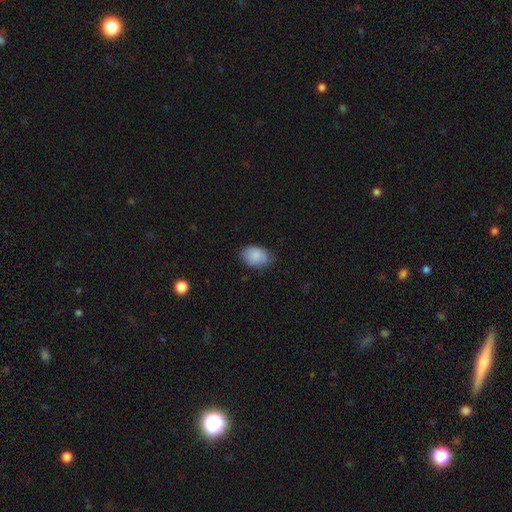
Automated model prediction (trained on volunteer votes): Smooth or featured?
  - smooth: 86% *
  - featured or disk: 7%
  - star or artifact: 7%
How rounded?
  - in between: 81% *
  - round: 18%
  - cigar-shaped: 1%
Merging?
  - none: 69% *
  - minor disturbance: 26%
  - major disturbance: 5%
  - merger: 1%